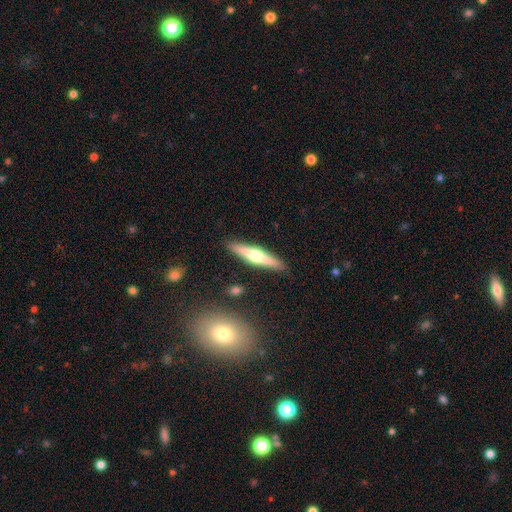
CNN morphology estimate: Smooth or featured? Predicted: featured or disk (p=0.60). Edge-on disk? Predicted: yes (p=0.96). Edge-on bulge? Predicted: rounded (p=0.91). Merging? Predicted: none (p=0.89).